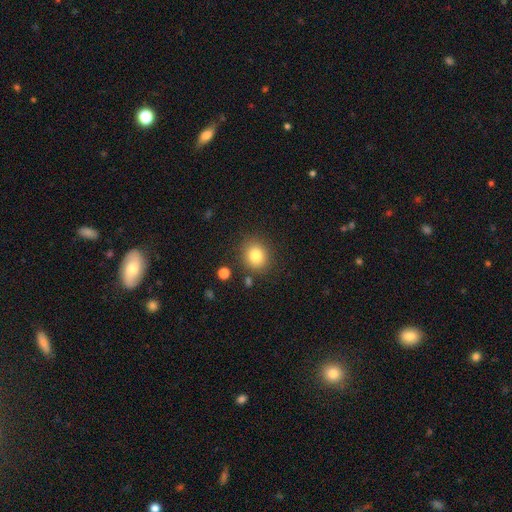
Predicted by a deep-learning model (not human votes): A smooth galaxy with no disk features (81%) that is round (73%).

Vote fractions:
- Smooth or featured? smooth: 81% / star or artifact: 11% / featured or disk: 8%
- How rounded? round: 73% / in between: 26% / cigar-shaped: 1%
- Merging? none: 84% / minor disturbance: 10% / merger: 4% / major disturbance: 3%